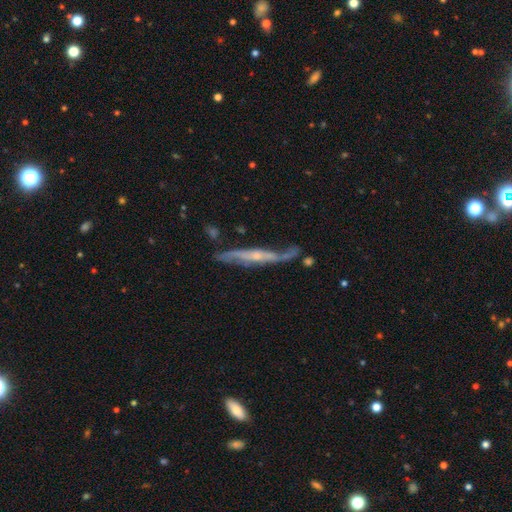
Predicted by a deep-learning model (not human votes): This appears to be a featured or disk galaxy (78%) viewed edge-on (68%) with a rounded central bulge (54%). Merging: none (56%).